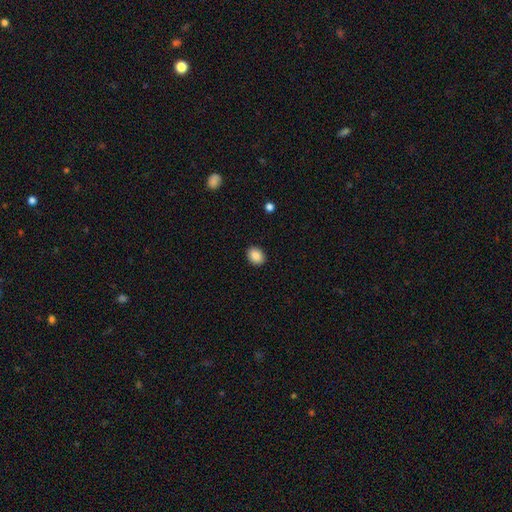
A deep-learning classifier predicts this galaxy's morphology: This appears to be a smooth galaxy with no disk features (88%) that is in between round and cigar-shaped (60%). Merging: none (91%).